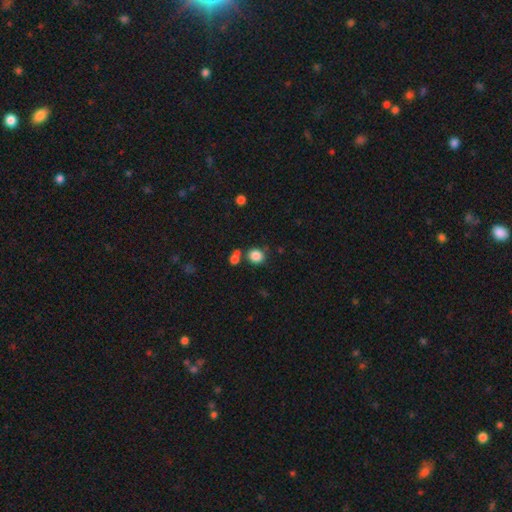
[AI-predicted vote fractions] smooth_or_featured: smooth (p=0.85) [alt: star or artifact p=0.10]
how_rounded: round (p=0.78) [alt: in between p=0.21]
merging: none (p=0.68) [alt: merger p=0.18]